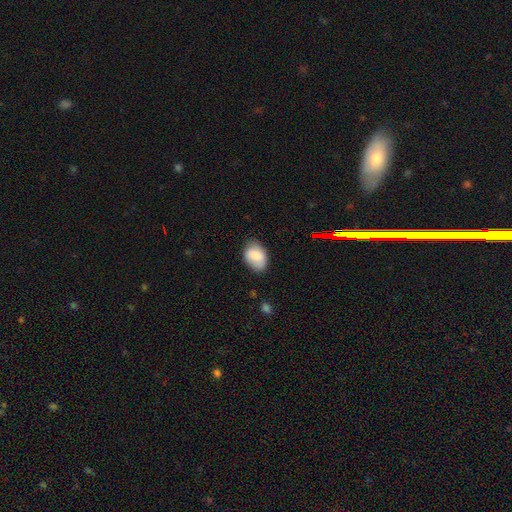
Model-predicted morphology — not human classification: Overall: smooth (80%). How rounded: in between (83%). Merging: none (66%; minor disturbance 27%).